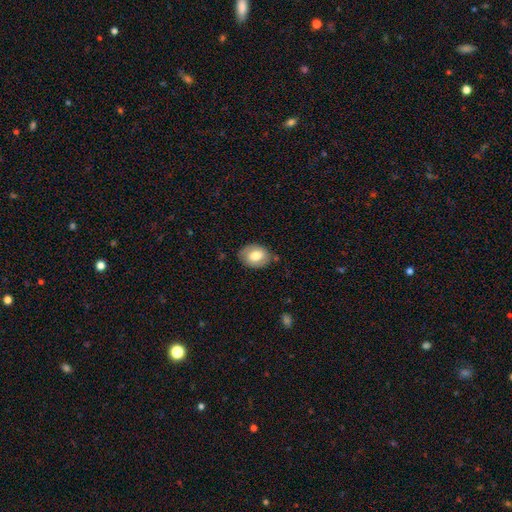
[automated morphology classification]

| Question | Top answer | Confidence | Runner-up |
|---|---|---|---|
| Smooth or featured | smooth | 72% | featured or disk (21%) |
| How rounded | in between | 72% | round (27%) |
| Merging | none | 77% | minor disturbance (17%) |